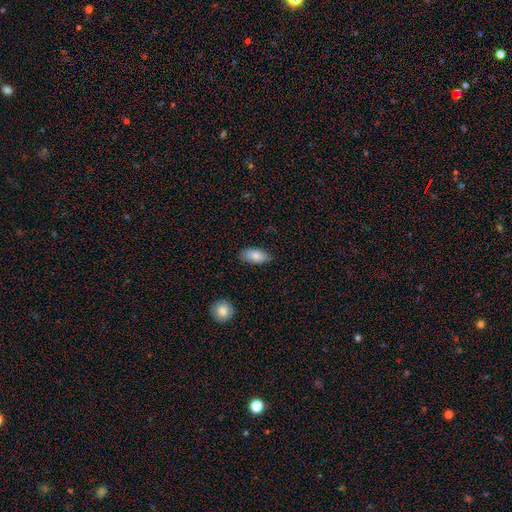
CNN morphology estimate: Overall: smooth (79%). How rounded: in between (92%). Merging: none (77%).